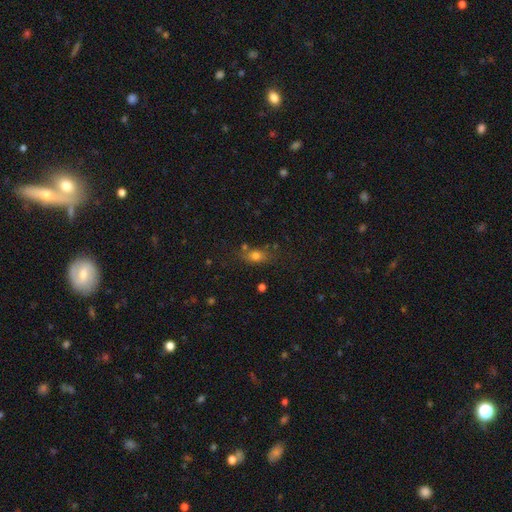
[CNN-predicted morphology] Q: Smooth or featured?
A: smooth (72%); runner-up: star or artifact (14%)
Q: How rounded?
A: in between (68%); runner-up: round (21%)
Q: Merging?
A: none (66%); runner-up: minor disturbance (18%)